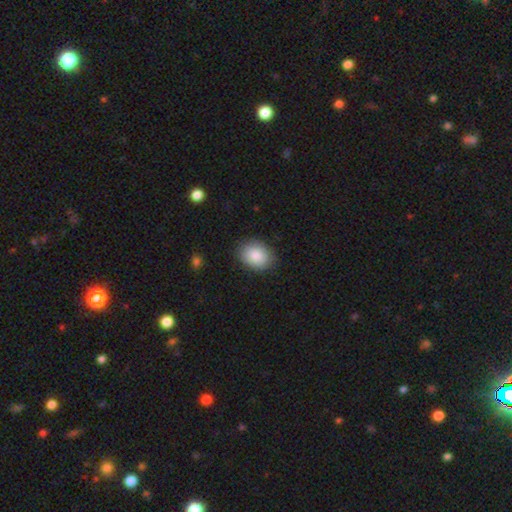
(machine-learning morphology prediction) Smooth or featured? Predicted: smooth (p=0.87). How rounded? Predicted: in between (p=0.57). Merging? Predicted: none (p=0.85).